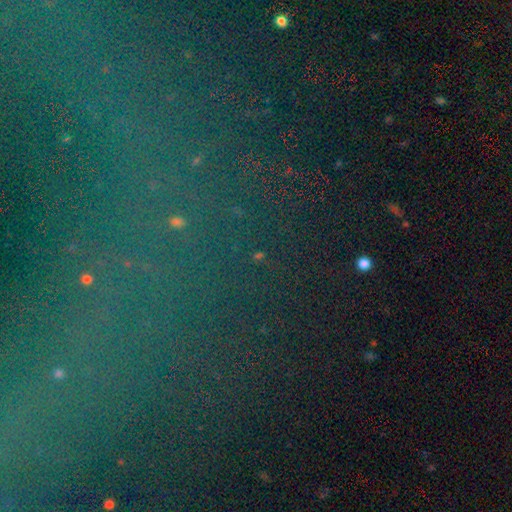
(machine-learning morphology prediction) This is likely a star or artifact rather than a galaxy (76%).